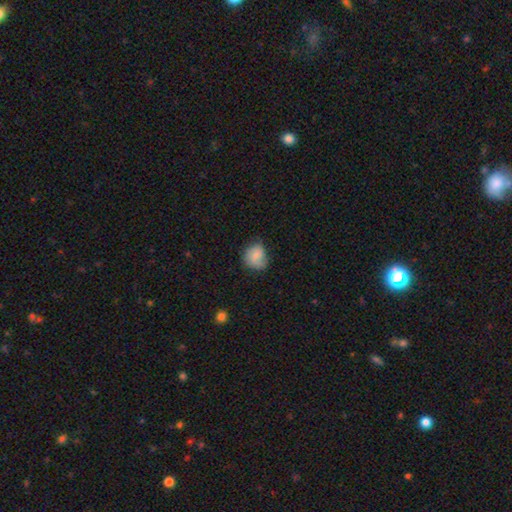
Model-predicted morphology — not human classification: smooth_or_featured: smooth (p=0.69) [alt: featured or disk p=0.24]
how_rounded: round (p=0.63) [alt: in between p=0.36]
merging: none (p=0.54) [alt: minor disturbance p=0.34]